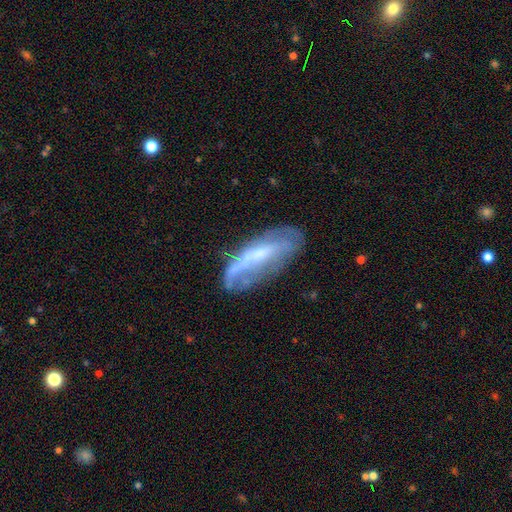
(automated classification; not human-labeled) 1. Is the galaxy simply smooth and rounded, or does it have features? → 59% featured or disk, 33% smooth, 8% star or artifact.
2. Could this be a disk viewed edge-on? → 75% no, 25% yes.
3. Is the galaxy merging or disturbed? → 51% none, 27% minor disturbance, 18% major disturbance, 4% merger.